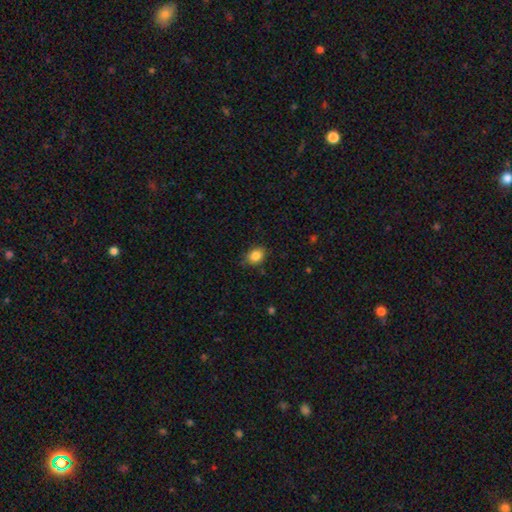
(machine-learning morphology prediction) Smooth or featured? Predicted: smooth (p=0.86). How rounded? Predicted: in between (p=0.60). Merging? Predicted: none (p=0.78).